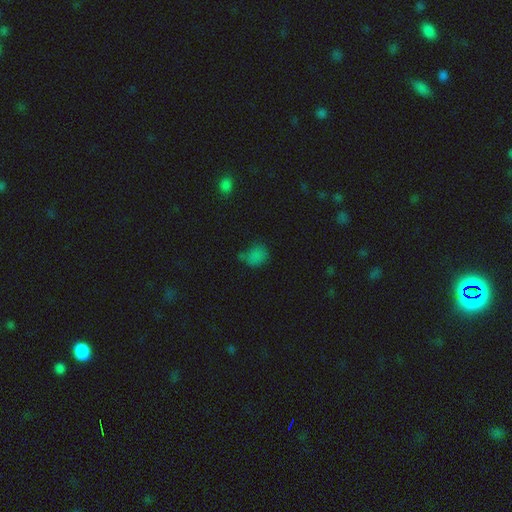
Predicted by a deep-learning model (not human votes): Smooth or featured: smooth — 73% (star or artifact — 21%)
How rounded: round — 49% (tied with in between — 49%)
Merging: none — 51% (minor disturbance — 25%)